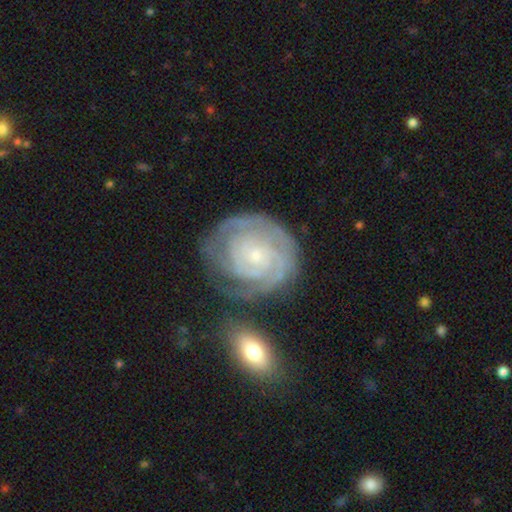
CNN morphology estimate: Overall: featured or disk (82%). Edge-on disk: no (97%). Bar: no (80%). Spiral arms: yes (93%). Spiral arm count: can't tell (38%; 2 22%). Spiral winding: tight (81%). Bulge size: small (79%). Merging: none (66%).